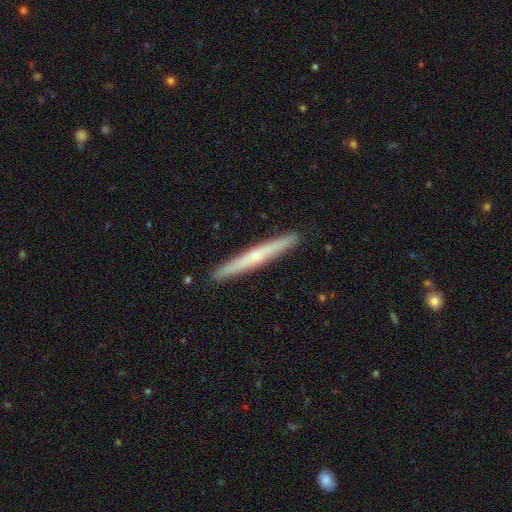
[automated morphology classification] This is possibly a featured or disk galaxy (52%). It is clearly viewed edge-on (96%). Edge-on bulge: possibly none (49%). Merging: clearly none (92%).